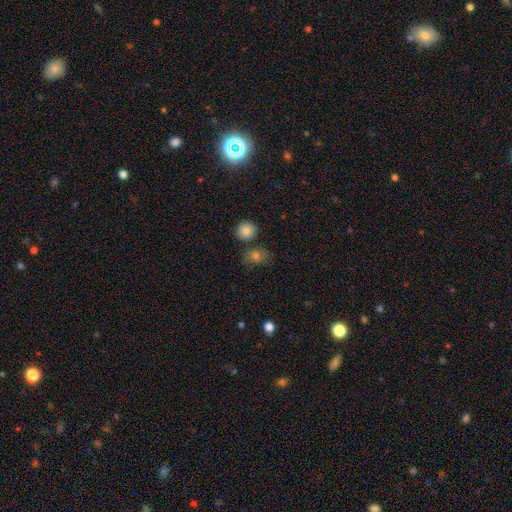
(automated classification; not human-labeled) Smooth or featured: smooth — 72% (star or artifact — 16%)
How rounded: round — 51% (in between — 47%)
Merging: none — 67% (minor disturbance — 15%)